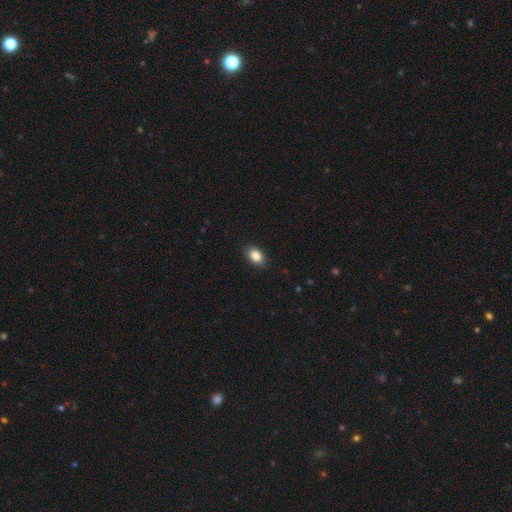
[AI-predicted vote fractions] The model was most divided on "how rounded": in between: 87%, round: 12%, cigar-shaped: 2%. More confident: merging — none (88%); smooth or featured — smooth (85%).